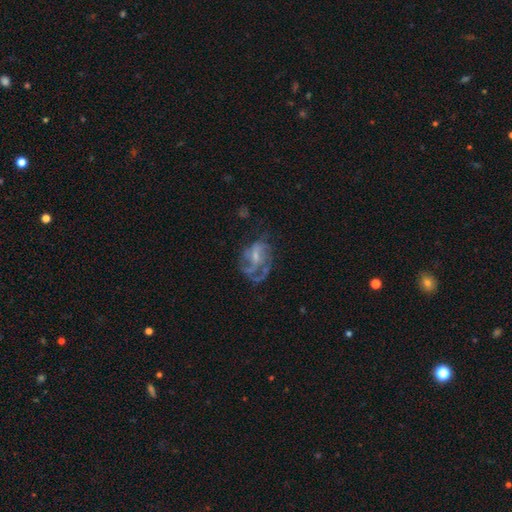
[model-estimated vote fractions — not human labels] smooth-or-featured: featured or disk: 74% | smooth: 17% | star or artifact: 9%
  disk-edge-on: no: 98% | yes: 2%
    bar: no: 49% | weak: 42% | strong: 9%
    has-spiral-arms: yes: 77% | no: 23%
      spiral-winding: medium: 43% | loose: 30% | tight: 27%
      spiral-arm-count: can't tell: 33% | 3: 22% | 2: 21% | 1: 11% | 4: 9% | more than 4: 4%
    bulge-size: small: 52% | moderate: 31% | none: 13% | large: 2% | dominant: 1%
  merging: none: 41% | major disturbance: 35% | minor disturbance: 20% | merger: 3%